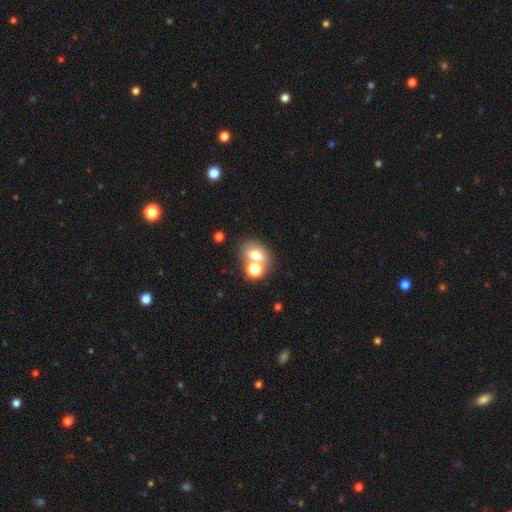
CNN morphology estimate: A smooth galaxy with no disk features (68%) that is in between round and cigar-shaped (54%).

Vote fractions:
- Smooth or featured? smooth: 68% / featured or disk: 17% / star or artifact: 15%
- How rounded? in between: 54% / round: 45% / cigar-shaped: 1%
- Merging? none: 46% / merger: 40% / minor disturbance: 10% / major disturbance: 5%